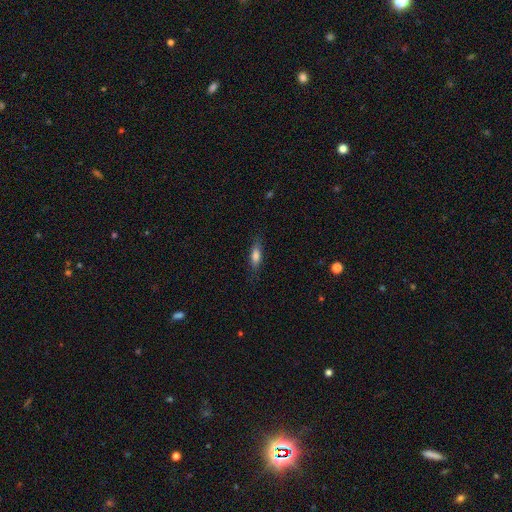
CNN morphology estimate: This is likely a smooth galaxy (76%). How rounded: possibly in between (55%). Merging: likely none (80%).